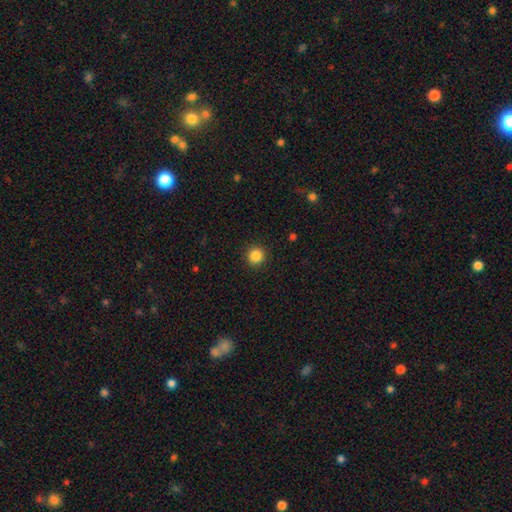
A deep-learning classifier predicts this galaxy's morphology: This appears to be a smooth galaxy with no disk features (86%) that is round (94%). Merging: none (92%).